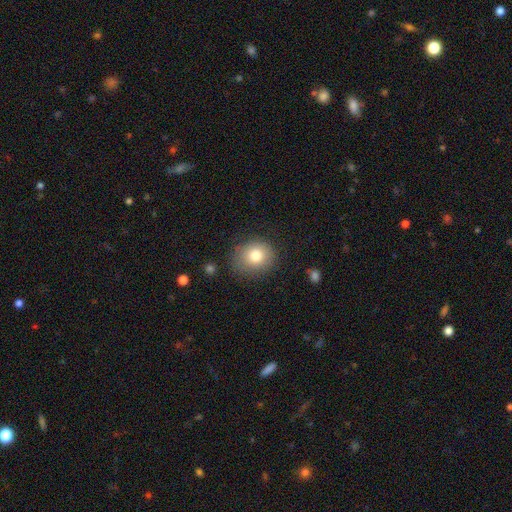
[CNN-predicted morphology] Smooth or featured?
  - smooth: 79% *
  - star or artifact: 10%
  - featured or disk: 10%
How rounded?
  - round: 75% *
  - in between: 24%
  - cigar-shaped: 1%
Merging?
  - none: 79% *
  - minor disturbance: 14%
  - major disturbance: 5%
  - merger: 2%